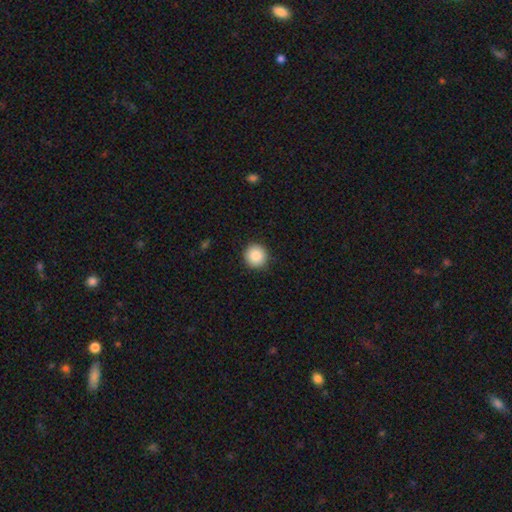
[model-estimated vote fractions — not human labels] Overall: smooth (88%). How rounded: round (94%). Merging: none (91%).